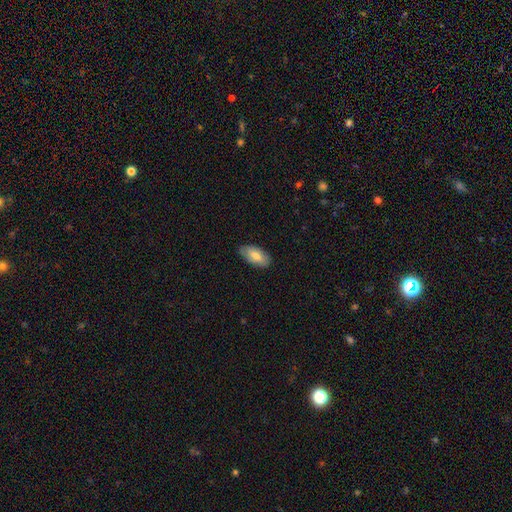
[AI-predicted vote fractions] The model was most divided on "smooth or featured": smooth: 75%, featured or disk: 19%, star or artifact: 6%. More confident: how rounded — in between (92%); merging — none (80%).